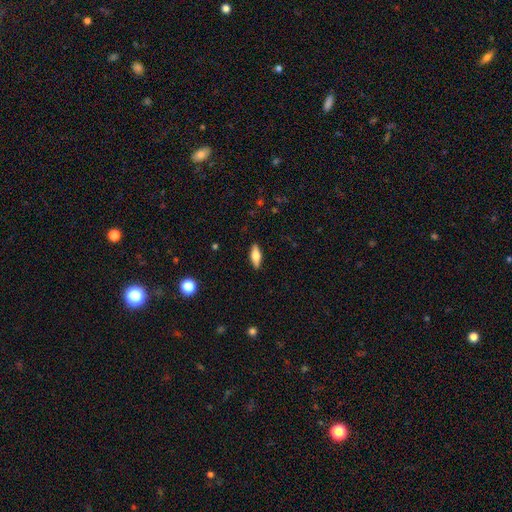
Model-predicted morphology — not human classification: A smooth galaxy with no disk features (61%) that is in between round and cigar-shaped (66%). Merging: none (89%).